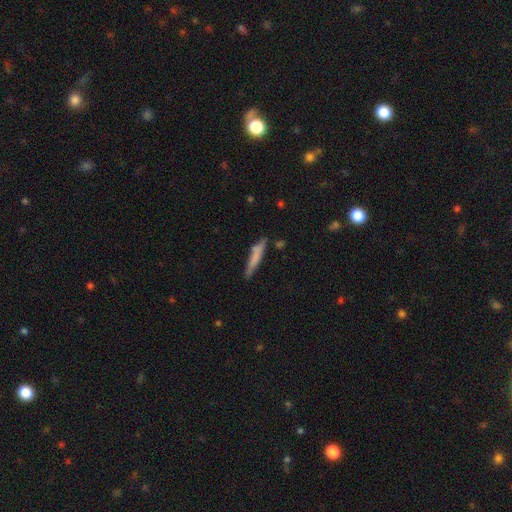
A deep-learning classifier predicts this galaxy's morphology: Smooth or featured? Predicted: smooth (p=0.68). How rounded? Predicted: cigar-shaped (p=0.92). Merging? Predicted: none (p=0.74).